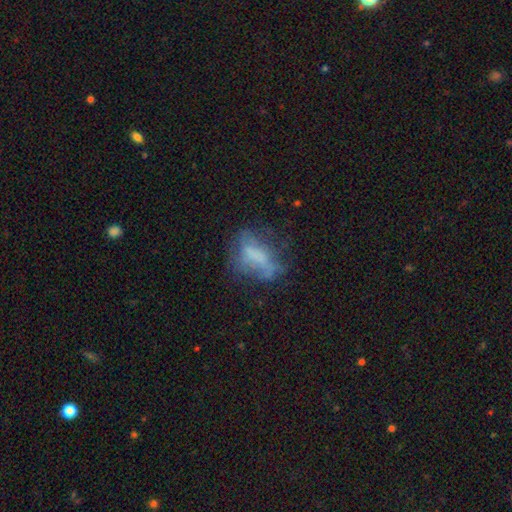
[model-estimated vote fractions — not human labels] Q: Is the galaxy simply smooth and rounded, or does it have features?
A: featured or disk — 43%.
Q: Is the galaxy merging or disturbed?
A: none — 42%.